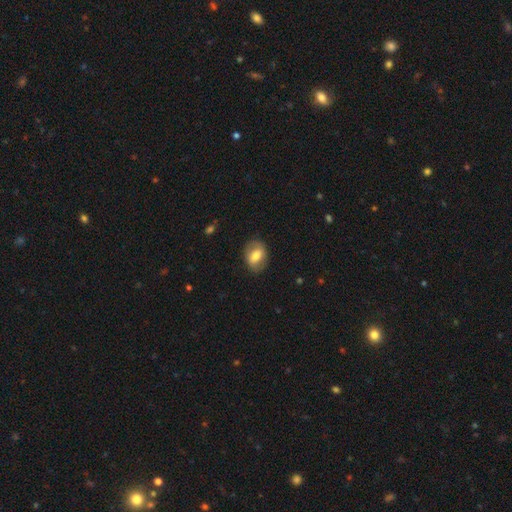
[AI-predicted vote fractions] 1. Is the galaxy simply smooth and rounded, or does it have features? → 66% smooth, 26% featured or disk, 7% star or artifact.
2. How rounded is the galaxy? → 68% in between, 30% round, 1% cigar-shaped.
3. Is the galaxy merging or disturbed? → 81% none, 14% minor disturbance, 5% major disturbance, 1% merger.